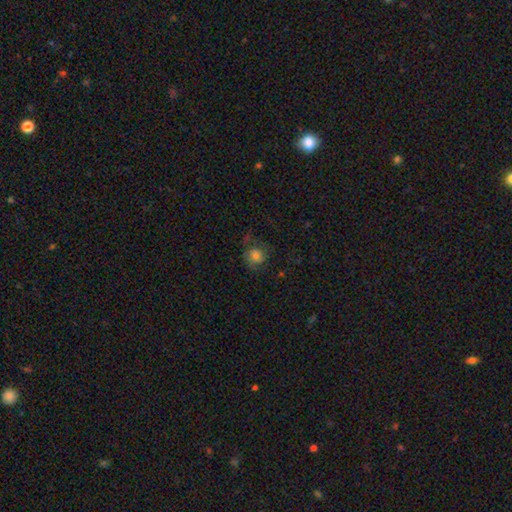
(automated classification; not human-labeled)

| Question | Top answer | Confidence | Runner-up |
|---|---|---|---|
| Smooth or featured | smooth | 53% | featured or disk (36%) |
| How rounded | round | 82% | in between (17%) |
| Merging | none | 58% | minor disturbance (21%) |